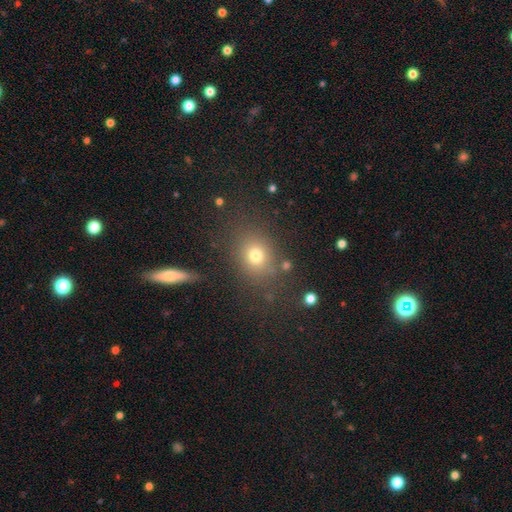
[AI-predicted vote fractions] smooth 74%, star or artifact 16%, featured or disk 10%. Down the decision tree: how rounded — round (59%); merging — none (77%).